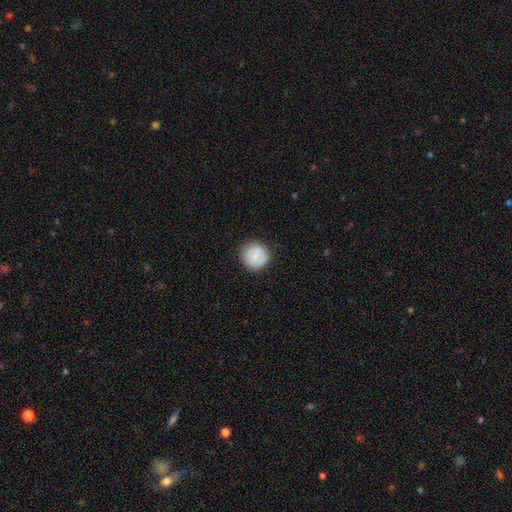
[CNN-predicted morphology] Q: Smooth or featured?
A: smooth (77%); runner-up: featured or disk (16%)
Q: How rounded?
A: round (93%); runner-up: in between (7%)
Q: Merging?
A: none (83%); runner-up: minor disturbance (13%)